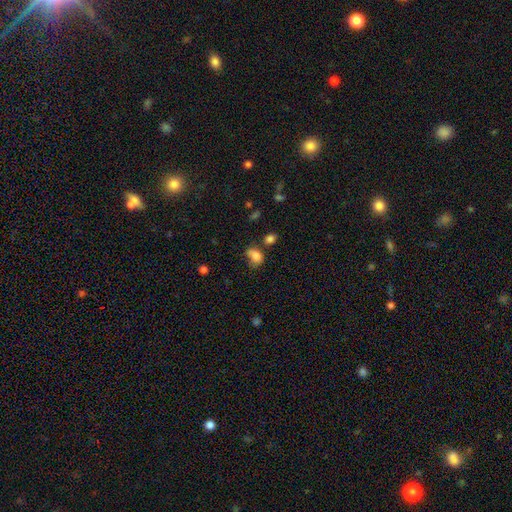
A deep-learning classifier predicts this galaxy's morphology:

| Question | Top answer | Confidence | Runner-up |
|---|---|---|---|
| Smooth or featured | smooth | 78% | star or artifact (12%) |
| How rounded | in between | 64% | round (34%) |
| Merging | none | 37% | minor disturbance (27%) |